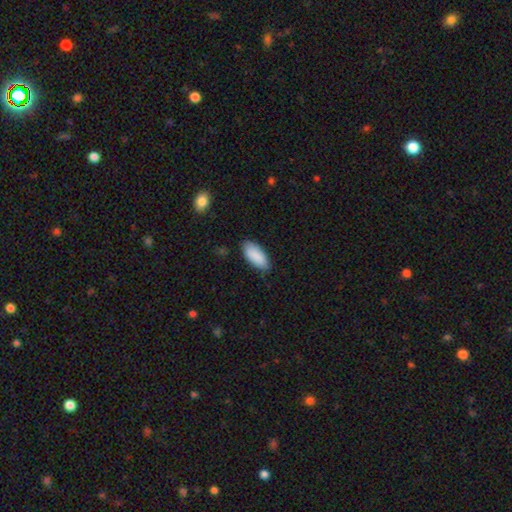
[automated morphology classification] This is clearly a smooth galaxy (90%). How rounded: clearly in between (89%). Merging: clearly none (82%).